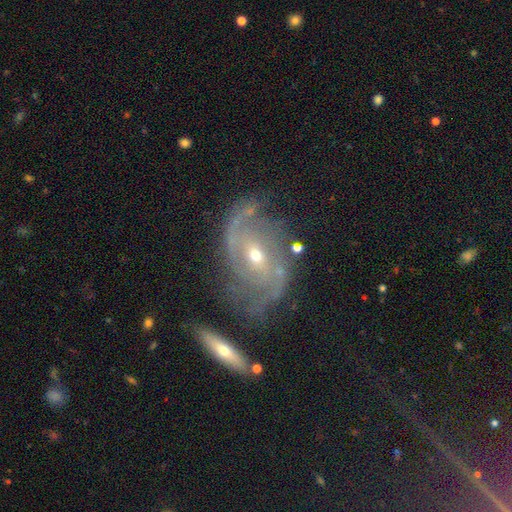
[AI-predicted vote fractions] smooth_or_featured: featured or disk (p=0.89) [alt: star or artifact p=0.06]
disk_edge_on: no (p=0.96) [alt: yes p=0.04]
bar: no (p=0.44) [alt: weak p=0.38]
has_spiral_arms: yes (p=0.96) [alt: no p=0.04]
spiral_winding: medium (p=0.47) [alt: tight p=0.33]
spiral_arm_count: 2 (p=0.72) [alt: can't tell p=0.09]
bulge_size: small (p=0.62) [alt: moderate p=0.35]
merging: none (p=0.61) [alt: minor disturbance p=0.20]